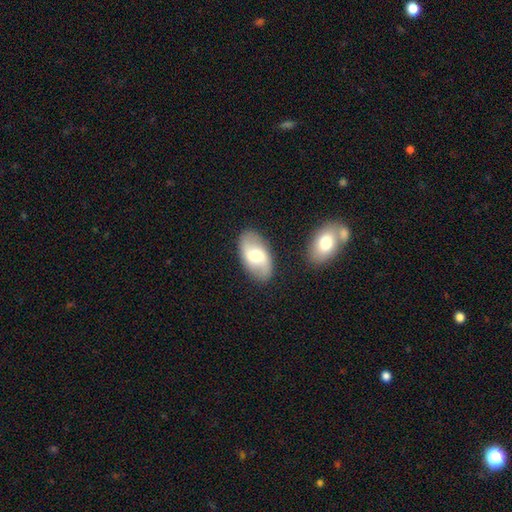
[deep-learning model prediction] Overall: featured or disk (50%; smooth 43%). Edge-on disk: no (92%). Merging: none (85%).